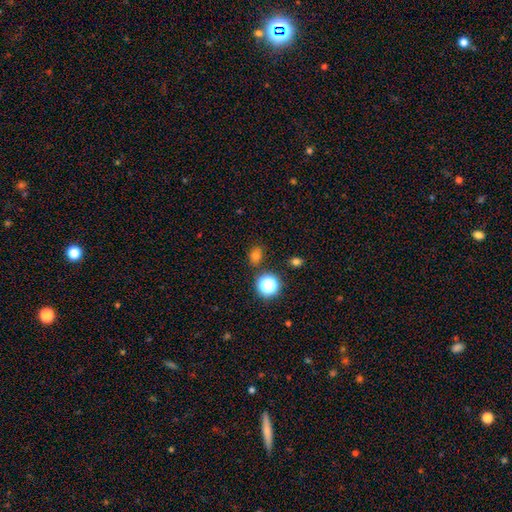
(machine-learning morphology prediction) Smooth or featured? Predicted: smooth (p=0.71). How rounded? Predicted: round (p=0.58). Merging? Predicted: none (p=0.79).